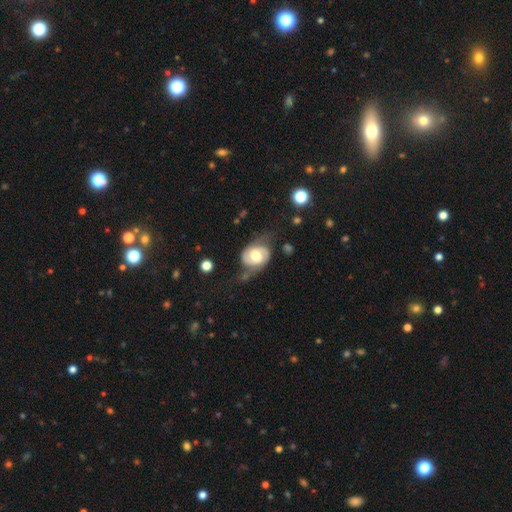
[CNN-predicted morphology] featured or disk 72%, smooth 22%, star or artifact 6%. Down the decision tree: edge-on disk — no (97%); bar — no (49%); spiral arms — yes (89%); spiral arm count — 2 (87%); spiral winding — medium (44%); bulge size — moderate (62%); merging — none (49%).